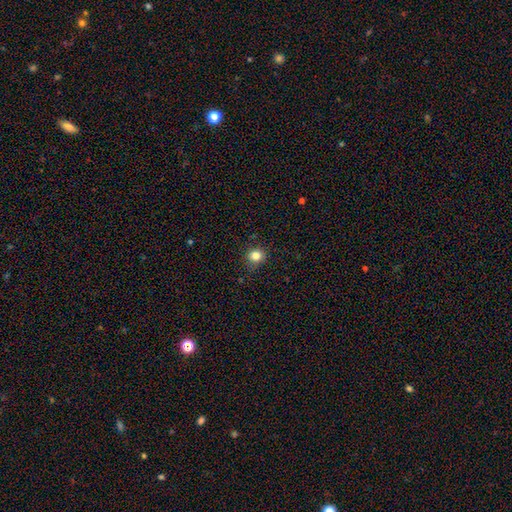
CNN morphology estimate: A smooth galaxy with no disk features (82%) that is round (89%). Merging: none (86%).